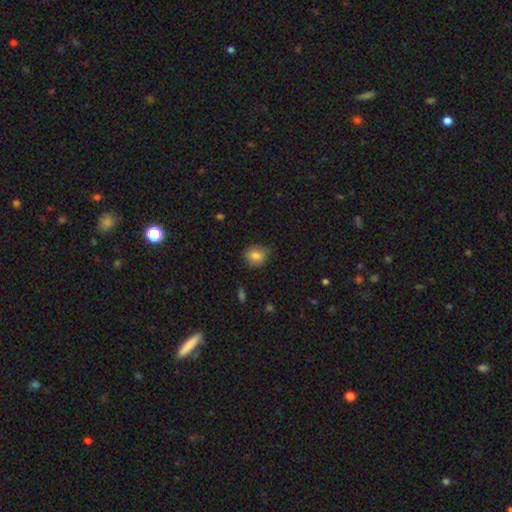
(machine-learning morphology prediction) type=smooth (82%); roundness=round (70%); merging=none (77%).